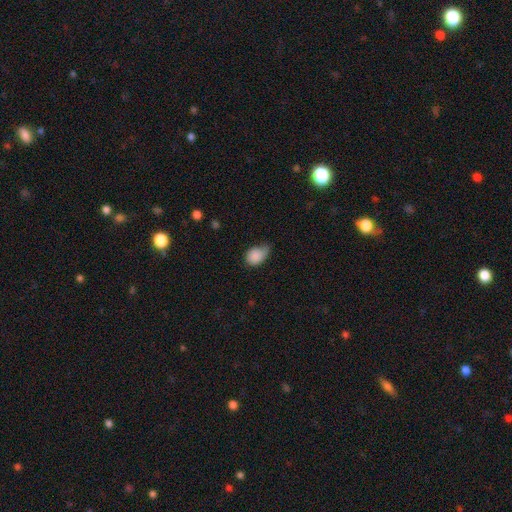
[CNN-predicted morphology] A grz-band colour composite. It shows a smooth galaxy with no disk features (85%) that is in between round and cigar-shaped (66%). Merging: minor disturbance (50%).